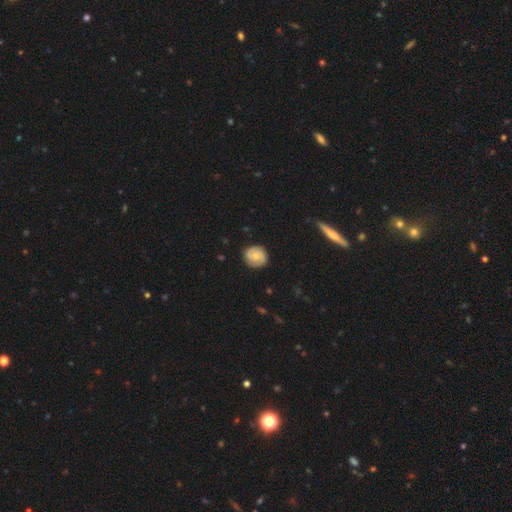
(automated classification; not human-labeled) Overall: featured or disk (50%; smooth 43%). Edge-on disk: no (97%). Merging: none (83%).